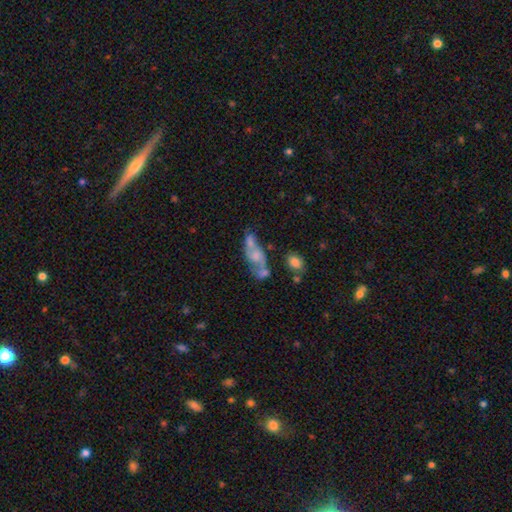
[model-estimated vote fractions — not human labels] Morphology: type=featured or disk (50%); edge-on=no (91%); merging=merger (42%).